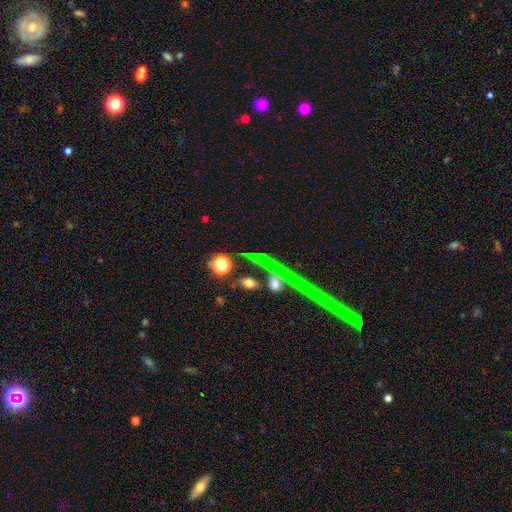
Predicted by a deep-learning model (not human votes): Q: Smooth or featured?
A: star or artifact (54%); runner-up: featured or disk (28%)